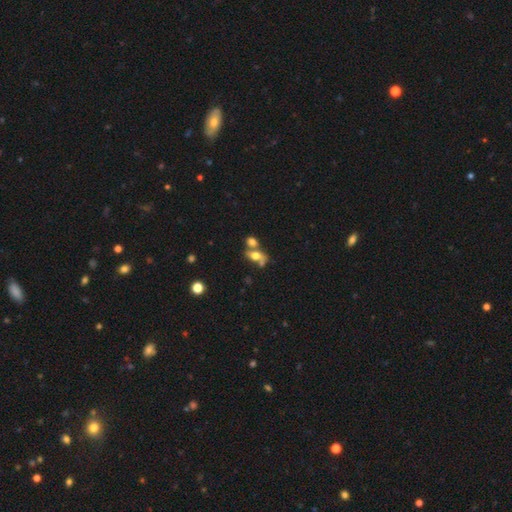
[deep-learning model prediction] Smooth or featured? Predicted: smooth (p=0.57). How rounded? Predicted: in between (p=0.69). Merging? Predicted: merger (p=0.55).